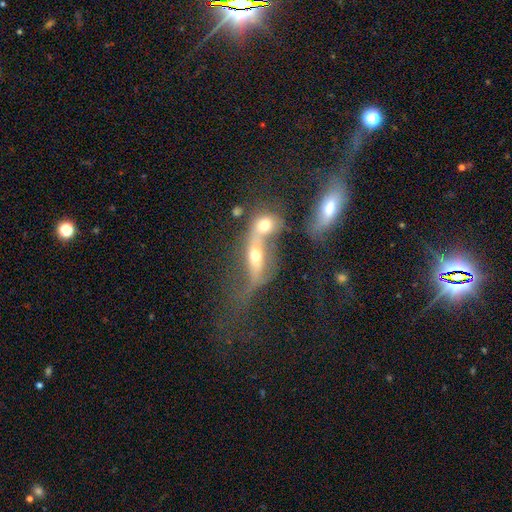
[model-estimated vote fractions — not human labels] Overall: featured or disk (51%; smooth 37%). Edge-on disk: no (68%; yes 32%). Merging: merger (67%).